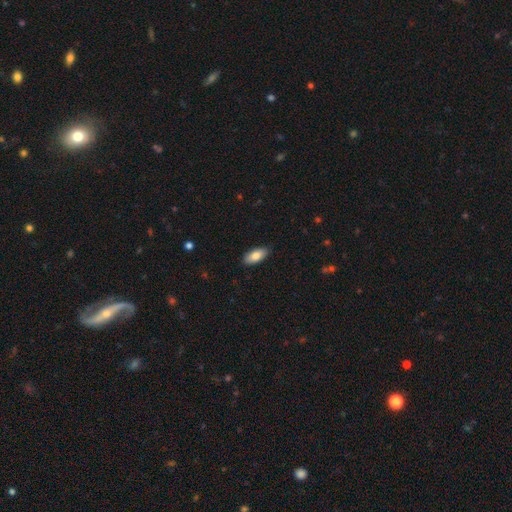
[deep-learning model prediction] Smooth or featured? smooth (82%)
How rounded? in between (89%)
Merging? none (89%)